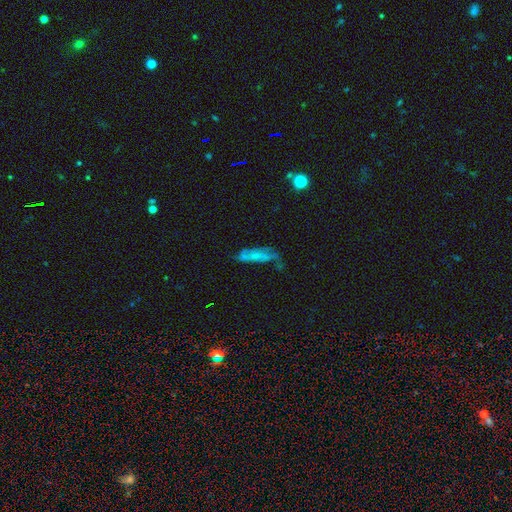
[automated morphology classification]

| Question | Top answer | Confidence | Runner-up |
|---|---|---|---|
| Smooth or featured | featured or disk | 50% | smooth (38%) |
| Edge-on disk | no | 81% | yes (19%) |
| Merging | none | 36% | major disturbance (30%) |